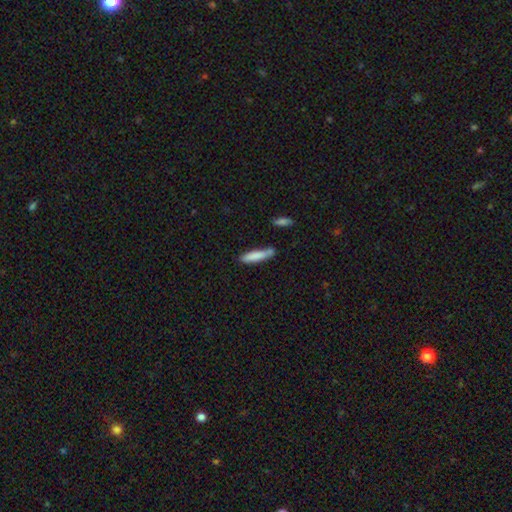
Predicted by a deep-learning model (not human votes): The model was most divided on "merging": none: 66%, minor disturbance: 20%, merger: 9%, major disturbance: 4%. More confident: how rounded — cigar-shaped (83%); smooth or featured — smooth (82%).